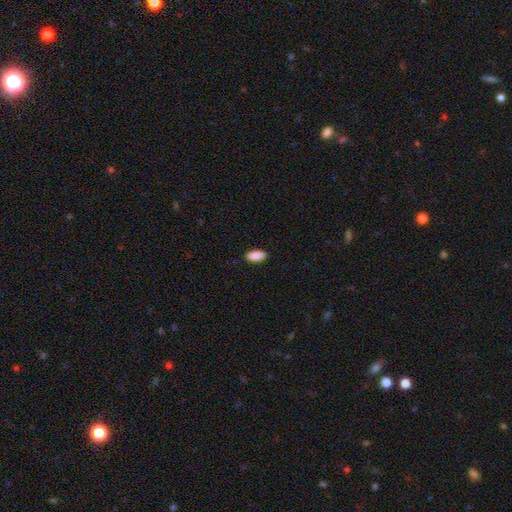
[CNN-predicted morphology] This appears to be a smooth galaxy with no disk features (90%) that is in between round and cigar-shaped (90%). Merging: none (89%).